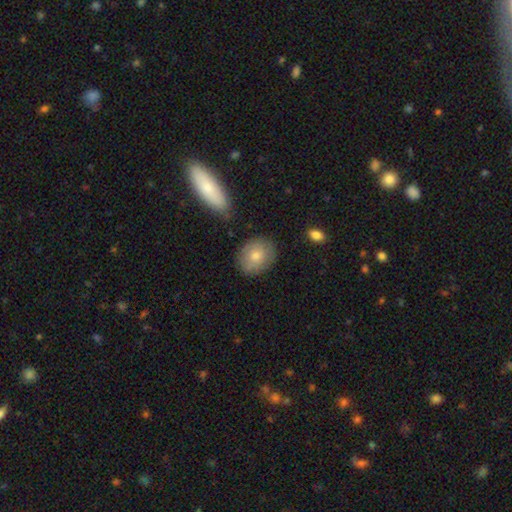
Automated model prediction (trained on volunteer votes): This appears to be a smooth galaxy with no disk features (73%) that is round (55%). Merging: none (80%).